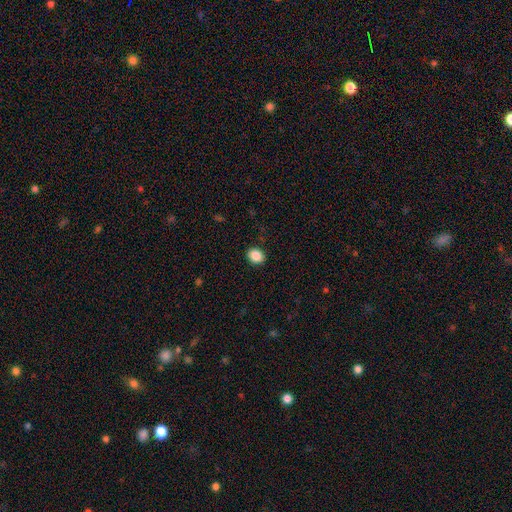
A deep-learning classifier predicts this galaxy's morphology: This is clearly a smooth galaxy (88%). How rounded: possibly in between (53%). Merging: clearly none (90%).